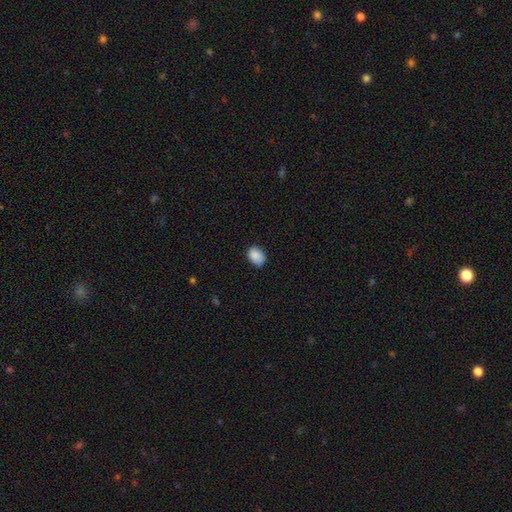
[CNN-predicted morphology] Q: Smooth or featured?
A: smooth (89%); runner-up: star or artifact (8%)
Q: How rounded?
A: in between (75%); runner-up: round (24%)
Q: Merging?
A: none (76%); runner-up: minor disturbance (20%)